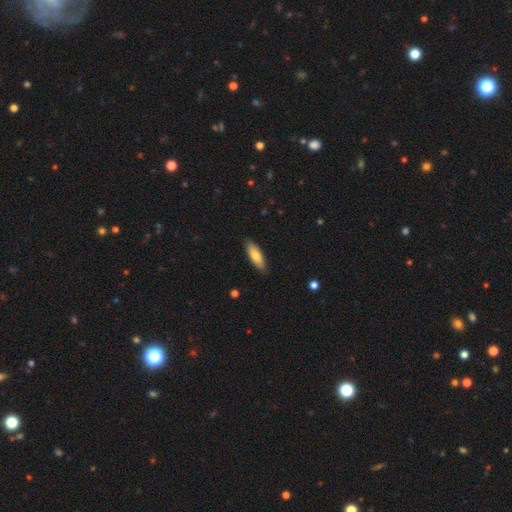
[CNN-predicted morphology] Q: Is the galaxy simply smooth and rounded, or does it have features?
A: smooth — 79%.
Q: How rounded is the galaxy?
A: in between — 62%.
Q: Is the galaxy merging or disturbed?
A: none — 87%.